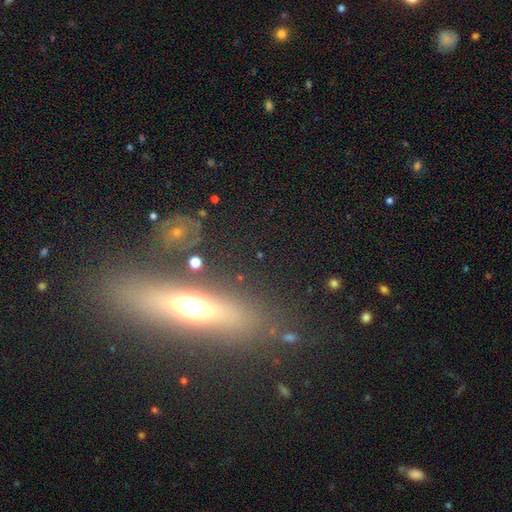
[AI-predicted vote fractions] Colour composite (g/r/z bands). It shows a featured or disk galaxy (53%) viewed edge-on (83%). Merging: none (82%).